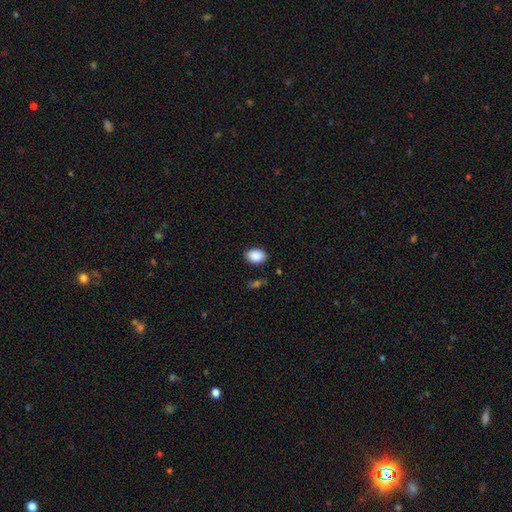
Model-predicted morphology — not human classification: The model was most divided on "how rounded": in between: 78%, round: 21%, cigar-shaped: 1%. More confident: smooth or featured — smooth (89%); merging — none (85%).